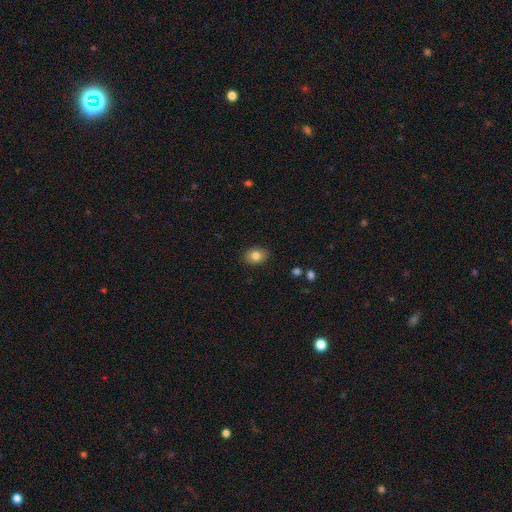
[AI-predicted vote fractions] Smooth or featured?
  - smooth: 81% *
  - featured or disk: 9%
  - star or artifact: 9%
How rounded?
  - in between: 66% *
  - round: 33%
  - cigar-shaped: 1%
Merging?
  - none: 89% *
  - minor disturbance: 8%
  - major disturbance: 2%
  - merger: 1%